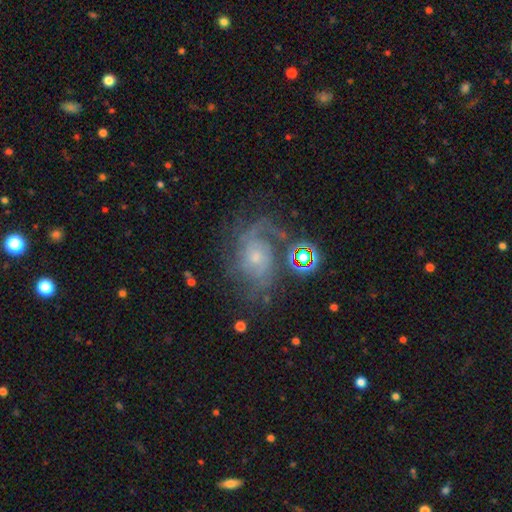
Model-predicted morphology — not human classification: Q: Smooth or featured?
A: featured or disk (78%); runner-up: star or artifact (11%)
Q: Edge-on disk?
A: no (97%); runner-up: yes (3%)
Q: Bar?
A: no (72%); runner-up: weak (24%)
Q: Spiral arms?
A: yes (93%); runner-up: no (7%)
Q: Spiral winding?
A: medium (42%); runner-up: tight (40%)
Q: Spiral arm count?
A: can't tell (32%); runner-up: 2 (29%)
Q: Bulge size?
A: small (63%); runner-up: moderate (29%)
Q: Merging?
A: none (55%); runner-up: major disturbance (20%)